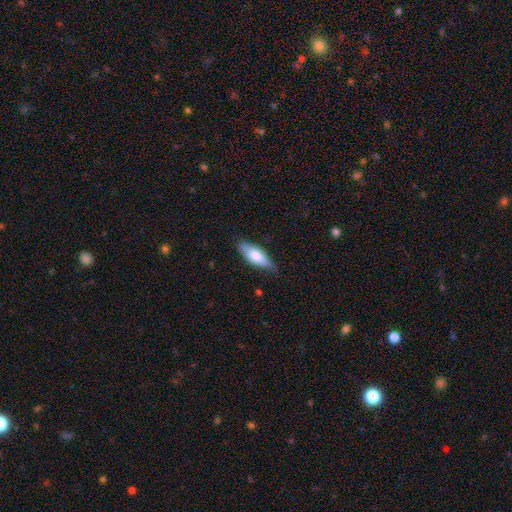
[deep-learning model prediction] Smooth or featured?
  - smooth: 71% *
  - featured or disk: 23%
  - star or artifact: 6%
How rounded?
  - in between: 65% *
  - cigar-shaped: 33%
  - round: 2%
Merging?
  - none: 76% *
  - minor disturbance: 20%
  - major disturbance: 3%
  - merger: 1%